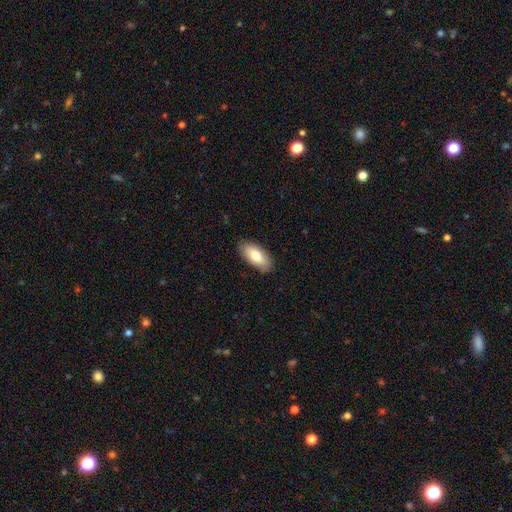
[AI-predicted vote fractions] Smooth or featured?
  - smooth: 79% *
  - featured or disk: 15%
  - star or artifact: 6%
How rounded?
  - in between: 89% *
  - cigar-shaped: 9%
  - round: 2%
Merging?
  - none: 87% *
  - minor disturbance: 10%
  - major disturbance: 2%
  - merger: 1%